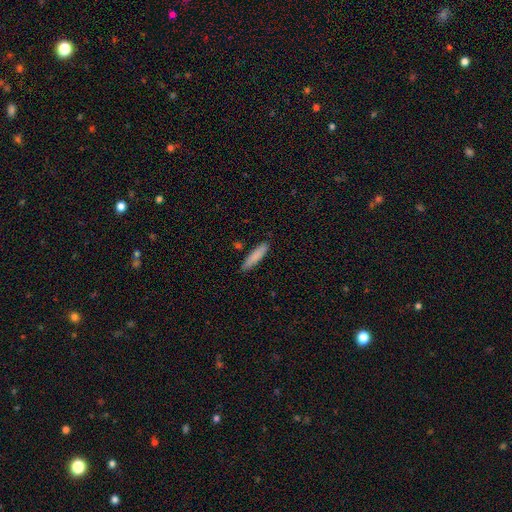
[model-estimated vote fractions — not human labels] A smooth galaxy with no disk features (84%) that is cigar-shaped (80%).

Vote fractions:
- Smooth or featured? smooth: 84% / featured or disk: 10% / star or artifact: 6%
- How rounded? cigar-shaped: 80% / in between: 18% / round: 1%
- Merging? none: 87% / minor disturbance: 10% / merger: 2% / major disturbance: 2%